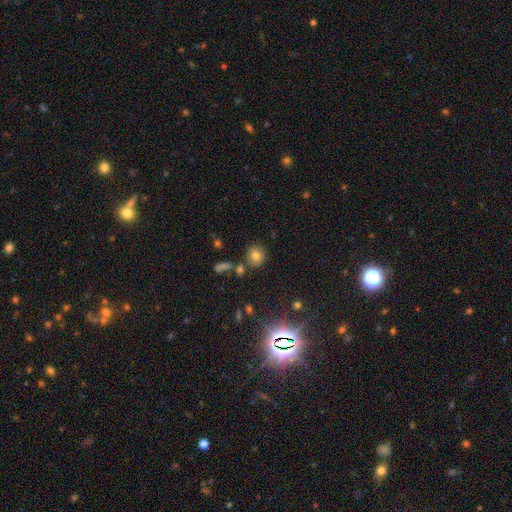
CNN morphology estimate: Smooth or featured: smooth — 75% (star or artifact — 15%)
How rounded: round — 83% (in between — 15%)
Merging: none — 78% (minor disturbance — 10%)